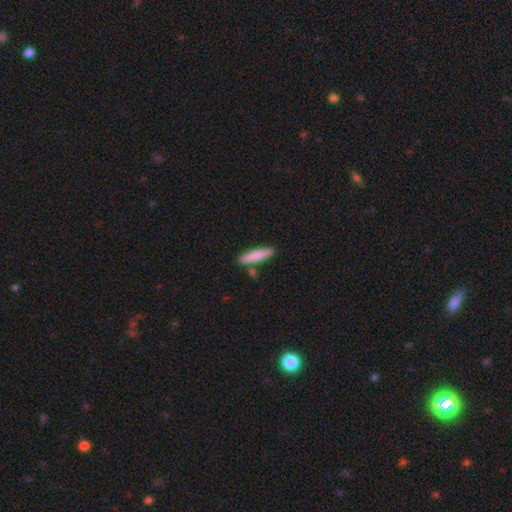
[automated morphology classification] The model was most divided on "smooth or featured": smooth: 80%, featured or disk: 15%, star or artifact: 5%. More confident: how rounded — cigar-shaped (85%); merging — none (81%).